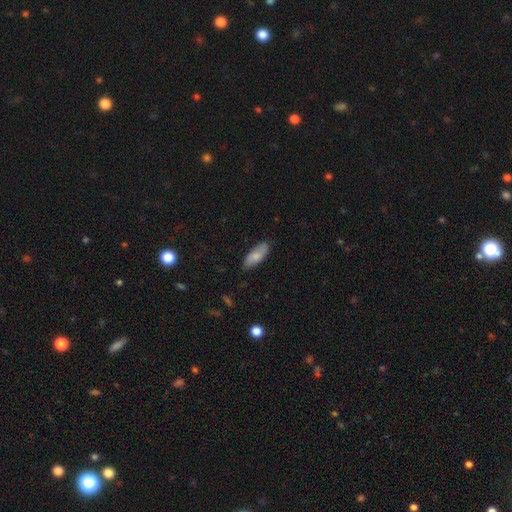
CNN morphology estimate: Smooth or featured?
  - smooth: 75% *
  - featured or disk: 19%
  - star or artifact: 6%
How rounded?
  - in between: 79% *
  - cigar-shaped: 19%
  - round: 2%
Merging?
  - none: 82% *
  - minor disturbance: 14%
  - major disturbance: 2%
  - merger: 1%